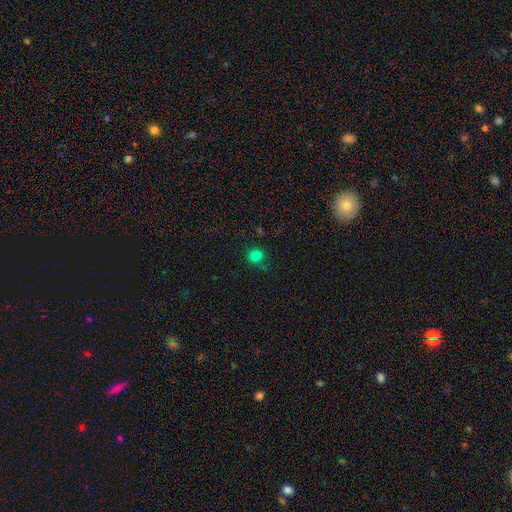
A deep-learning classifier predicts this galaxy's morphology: smooth 79%, star or artifact 16%, featured or disk 5%. Down the decision tree: how rounded — round (78%); merging — none (69%).